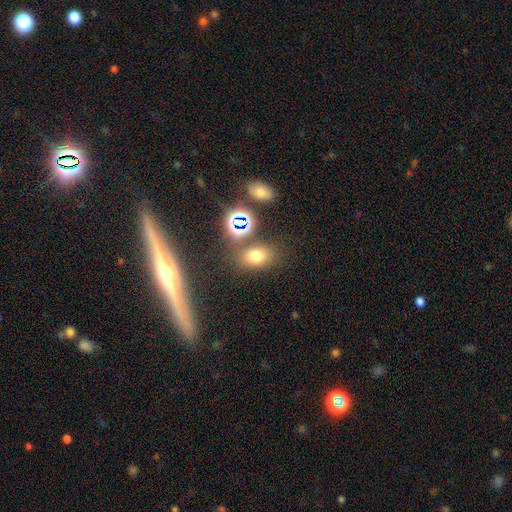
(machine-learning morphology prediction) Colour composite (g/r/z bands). It shows a smooth galaxy with no disk features (67%) that is in between round and cigar-shaped (70%). Merging: none (74%).